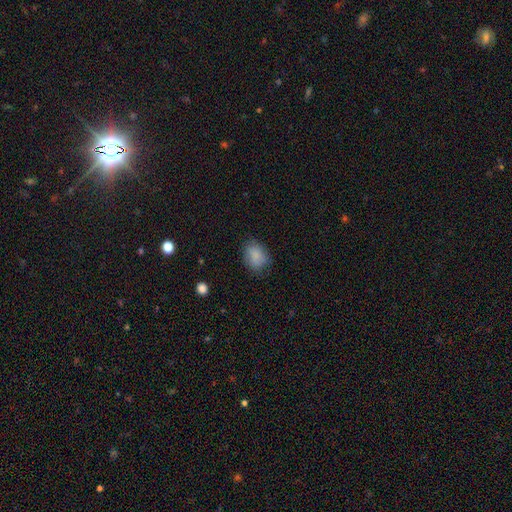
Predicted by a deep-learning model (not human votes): Smooth or featured? smooth (86%)
How rounded? in between (67%)
Merging? none (74%)